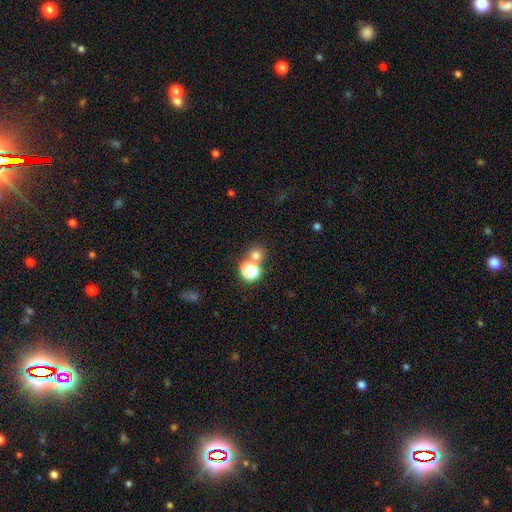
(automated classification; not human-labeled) Smooth or featured?
  - smooth: 68% *
  - star or artifact: 25%
  - featured or disk: 7%
How rounded?
  - round: 88% *
  - in between: 11%
  - cigar-shaped: 1%
Merging?
  - none: 65% *
  - merger: 25%
  - minor disturbance: 7%
  - major disturbance: 3%